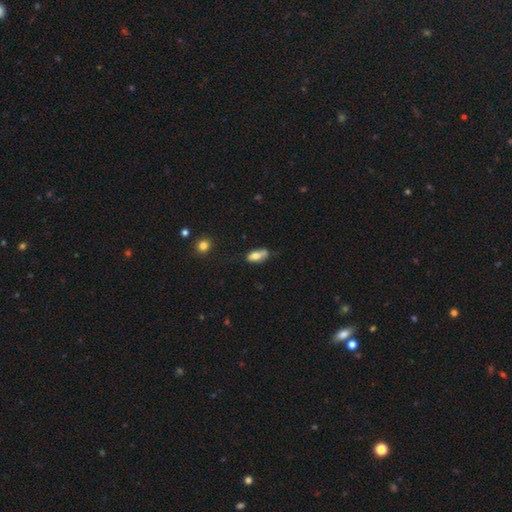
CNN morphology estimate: A smooth galaxy with no disk features (74%) that is in between round and cigar-shaped (82%). Merging: none (50%).